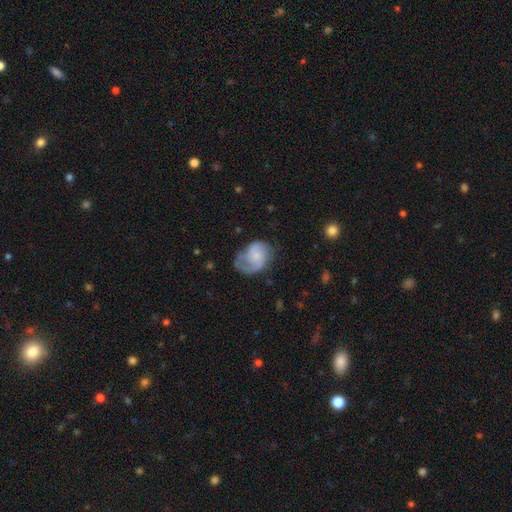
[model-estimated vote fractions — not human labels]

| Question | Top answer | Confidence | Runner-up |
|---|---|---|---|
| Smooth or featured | featured or disk | 56% | smooth (37%) |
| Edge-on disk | no | 97% | yes (3%) |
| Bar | no | 71% | weak (25%) |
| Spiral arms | yes | 80% | no (20%) |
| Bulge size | small | 53% | moderate (24%) |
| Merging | none | 35% | major disturbance (34%) |